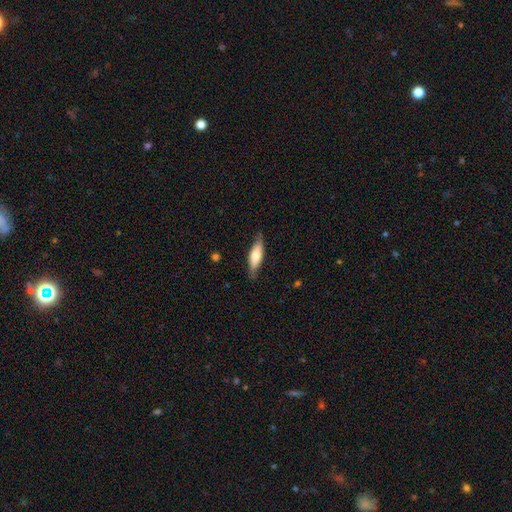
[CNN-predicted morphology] Q: Smooth or featured?
A: smooth (63%); runner-up: featured or disk (31%)
Q: How rounded?
A: cigar-shaped (51%); runner-up: in between (47%)
Q: Merging?
A: none (81%); runner-up: minor disturbance (15%)